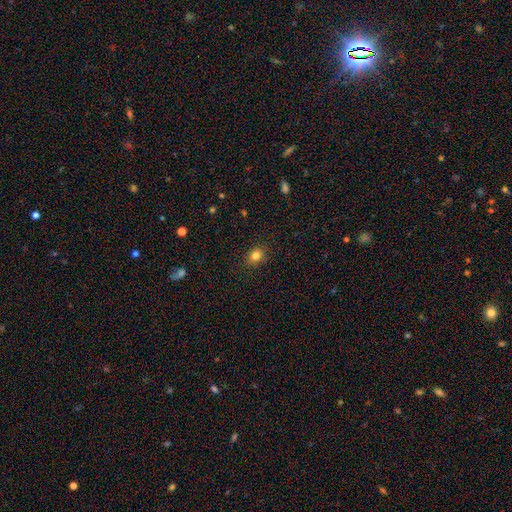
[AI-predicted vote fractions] Overall: smooth (82%). How rounded: round (54%; in between 45%). Merging: none (87%).